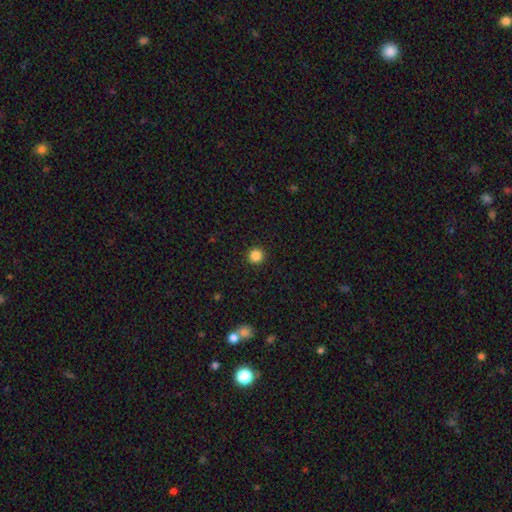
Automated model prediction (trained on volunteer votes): Smooth or featured?
  - smooth: 86% *
  - star or artifact: 11%
  - featured or disk: 3%
How rounded?
  - round: 95% *
  - in between: 4%
  - cigar-shaped: 1%
Merging?
  - none: 93% *
  - minor disturbance: 4%
  - major disturbance: 2%
  - merger: 1%